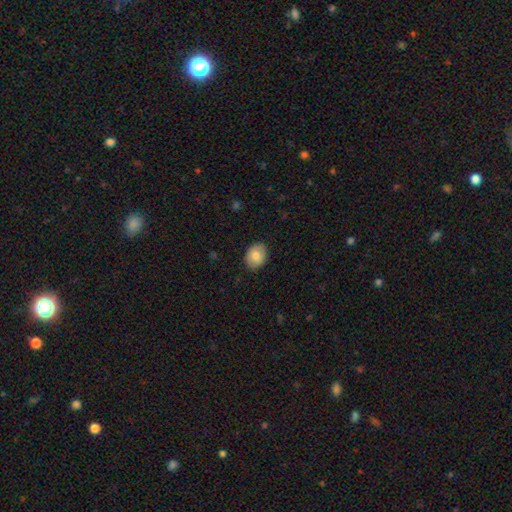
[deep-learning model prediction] Smooth or featured?
  - smooth: 79% *
  - featured or disk: 14%
  - star or artifact: 7%
How rounded?
  - in between: 64% *
  - round: 35%
  - cigar-shaped: 1%
Merging?
  - none: 86% *
  - minor disturbance: 11%
  - major disturbance: 2%
  - merger: 1%